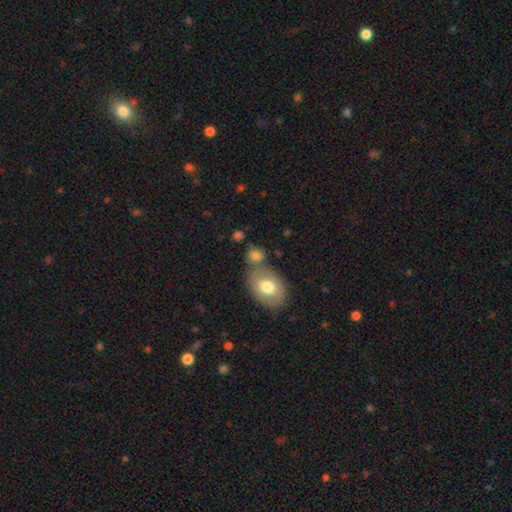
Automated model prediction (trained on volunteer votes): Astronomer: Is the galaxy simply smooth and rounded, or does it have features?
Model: smooth — 77%.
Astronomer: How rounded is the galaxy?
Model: in between — 56% (runner-up: round, 42%).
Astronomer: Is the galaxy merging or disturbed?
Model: none — 50% (runner-up: merger, 32%).